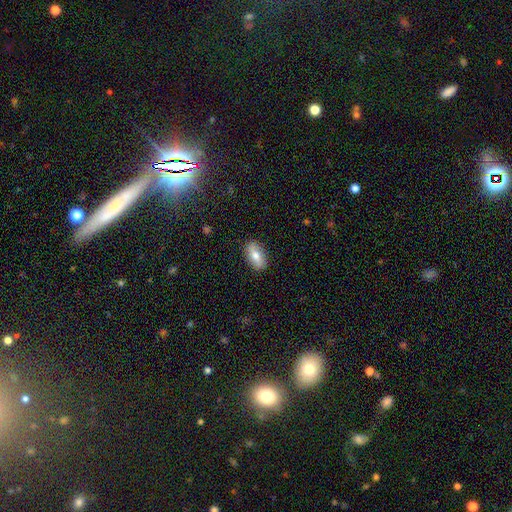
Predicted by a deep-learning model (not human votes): A smooth galaxy with no disk features (65%) that is in between round and cigar-shaped (86%).

Vote fractions:
- Smooth or featured? smooth: 65% / featured or disk: 28% / star or artifact: 7%
- How rounded? in between: 86% / cigar-shaped: 9% / round: 5%
- Merging? none: 87% / minor disturbance: 10% / major disturbance: 2% / merger: 1%